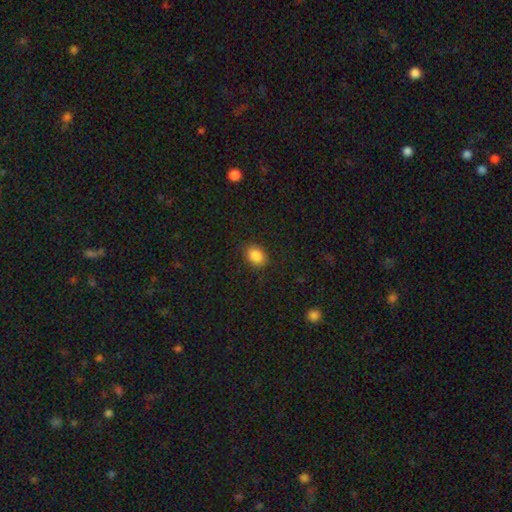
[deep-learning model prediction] Morphology: type=smooth (87%); roundness=in between (69%); merging=none (85%).